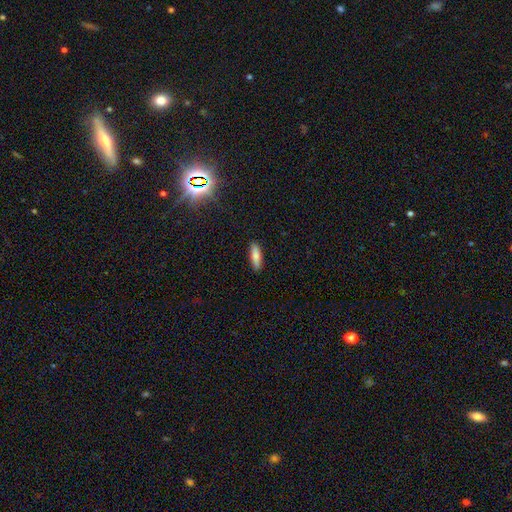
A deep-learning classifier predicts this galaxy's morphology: This appears to be a smooth galaxy with no disk features (81%) that is cigar-shaped (57%). Merging: none (89%).